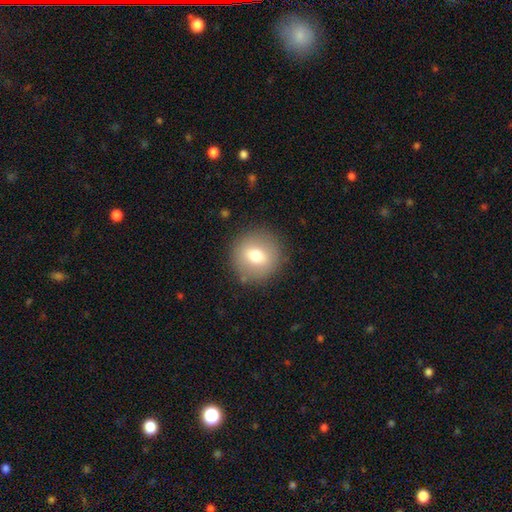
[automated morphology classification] This appears to be a smooth galaxy with no disk features (70%) that is round (92%). Merging: none (87%).